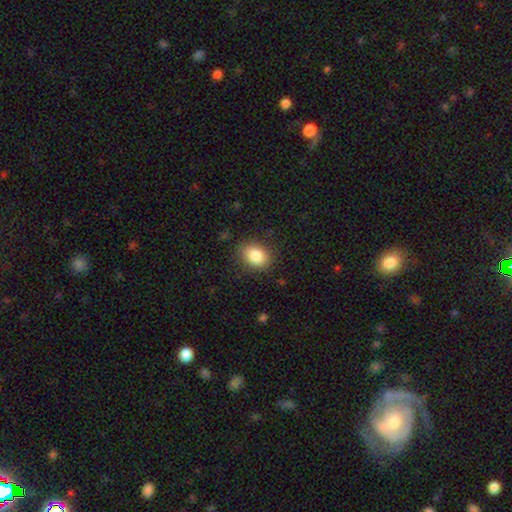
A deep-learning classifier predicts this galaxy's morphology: Overall: smooth (85%). How rounded: in between (58%; round 41%). Merging: none (84%).